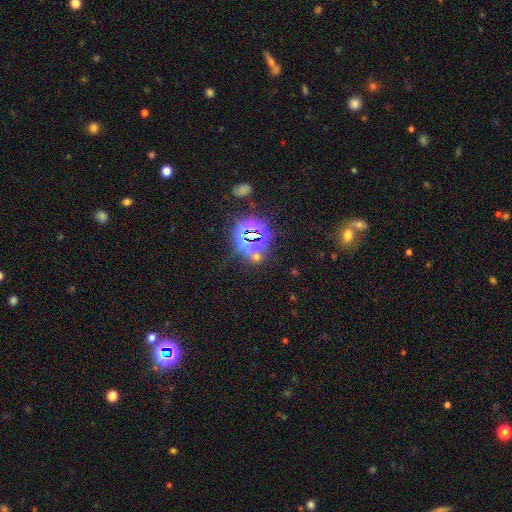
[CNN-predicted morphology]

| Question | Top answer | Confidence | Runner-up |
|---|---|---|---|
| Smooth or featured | star or artifact | 76% | smooth (15%) |